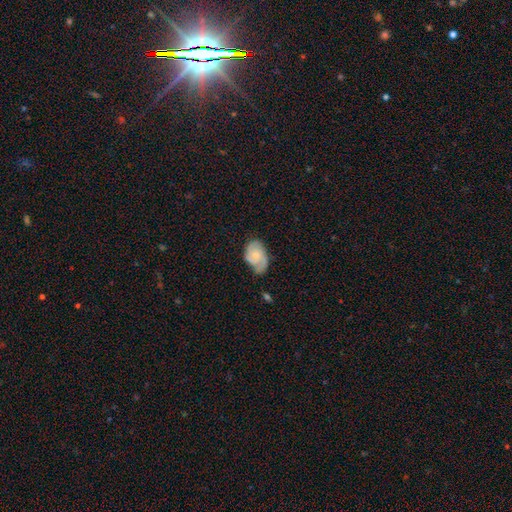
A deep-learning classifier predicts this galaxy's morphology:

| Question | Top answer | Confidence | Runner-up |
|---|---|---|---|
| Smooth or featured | featured or disk | 69% | smooth (25%) |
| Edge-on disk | no | 97% | yes (3%) |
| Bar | no | 73% | weak (24%) |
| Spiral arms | yes | 93% | no (7%) |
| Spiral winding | tight | 49% | medium (40%) |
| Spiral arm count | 2 | 52% | 3 (22%) |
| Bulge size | small | 51% | moderate (37%) |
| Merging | none | 58% | minor disturbance (30%) |